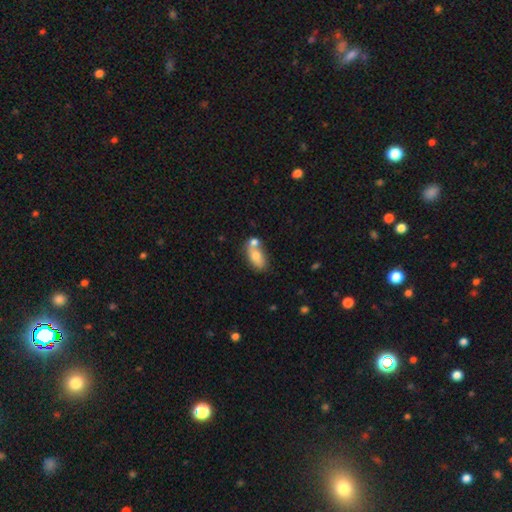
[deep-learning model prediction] Overall: smooth (72%). How rounded: in between (87%). Merging: merger (46%; none 35%).